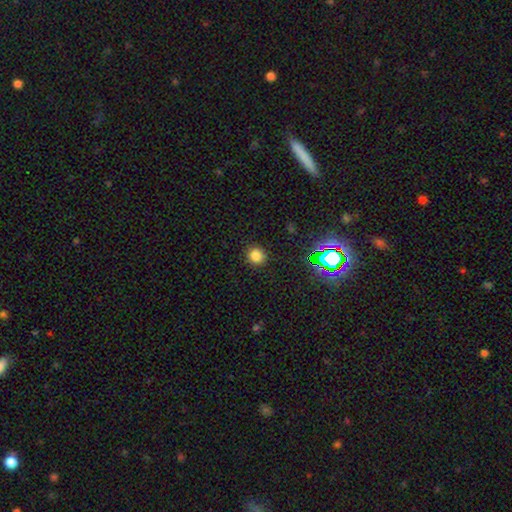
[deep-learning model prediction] smooth_or_featured: smooth (p=0.78) [alt: star or artifact p=0.18]
how_rounded: round (p=0.90) [alt: in between p=0.09]
merging: none (p=0.90) [alt: minor disturbance p=0.07]